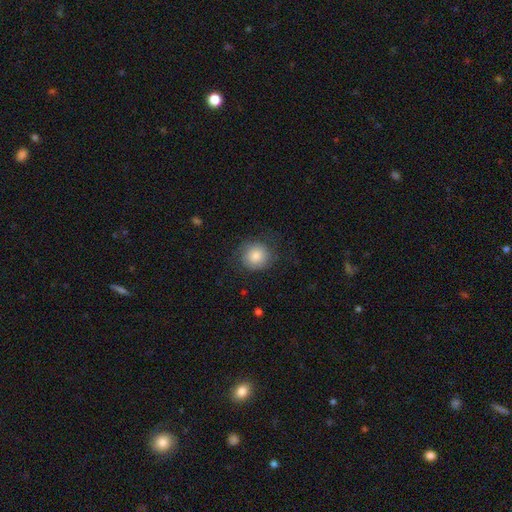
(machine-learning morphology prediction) Smooth or featured? smooth (73%)
How rounded? round (86%)
Merging? none (71%)